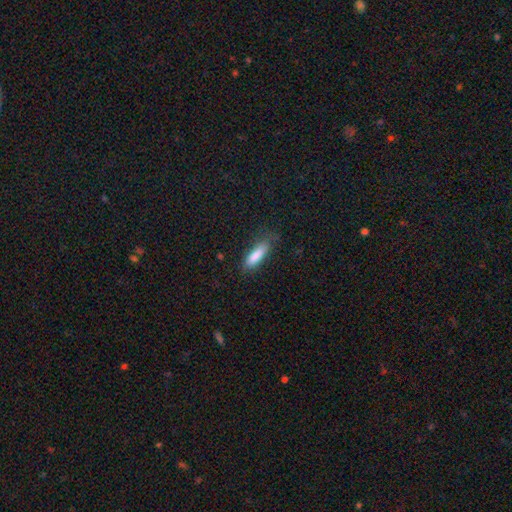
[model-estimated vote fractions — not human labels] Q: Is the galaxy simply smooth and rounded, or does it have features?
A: smooth — 84%.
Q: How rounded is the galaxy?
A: cigar-shaped — 50%.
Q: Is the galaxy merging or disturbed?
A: none — 72%.